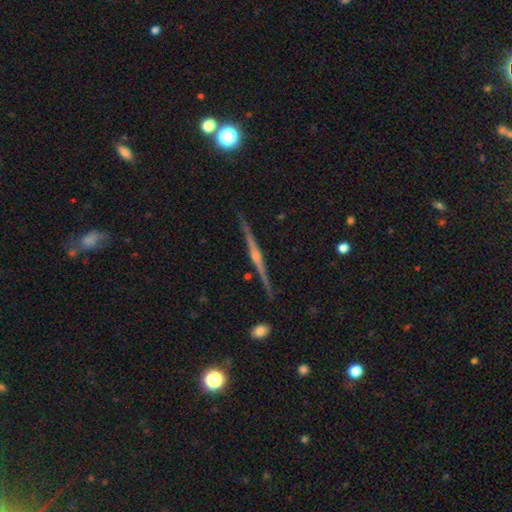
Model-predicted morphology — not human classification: smooth_or_featured: featured or disk (p=0.85) [alt: smooth p=0.08]
disk_edge_on: yes (p=0.99) [alt: no p=0.01]
edge_on_bulge: rounded (p=0.83) [alt: boxy p=0.09]
merging: none (p=0.90) [alt: minor disturbance p=0.07]